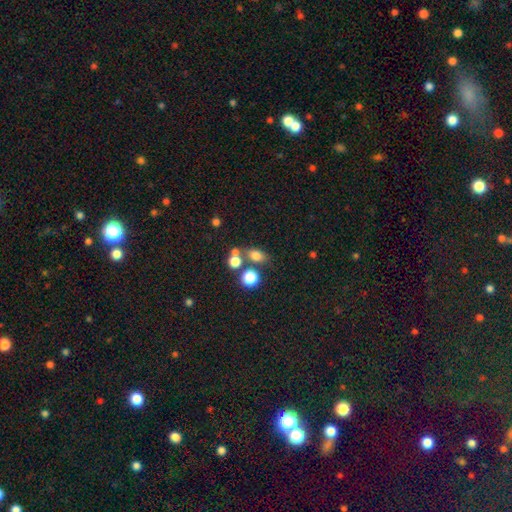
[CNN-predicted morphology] This appears to be a smooth galaxy with no disk features (74%) that is in between round and cigar-shaped (60%). Merging: none (59%).